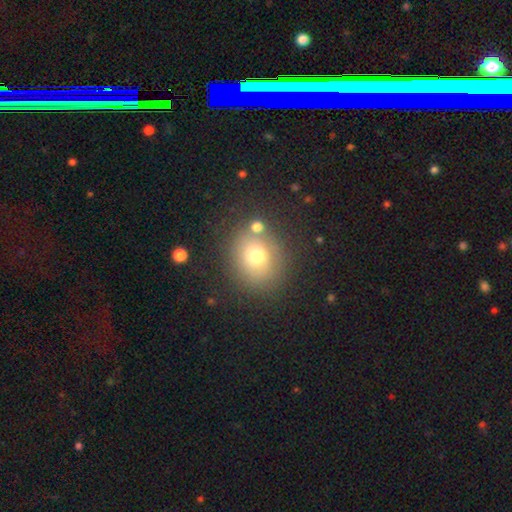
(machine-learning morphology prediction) Smooth or featured?
  - smooth: 70% *
  - featured or disk: 15%
  - star or artifact: 15%
How rounded?
  - round: 68% *
  - in between: 31%
  - cigar-shaped: 1%
Merging?
  - none: 76% *
  - minor disturbance: 12%
  - merger: 7%
  - major disturbance: 5%